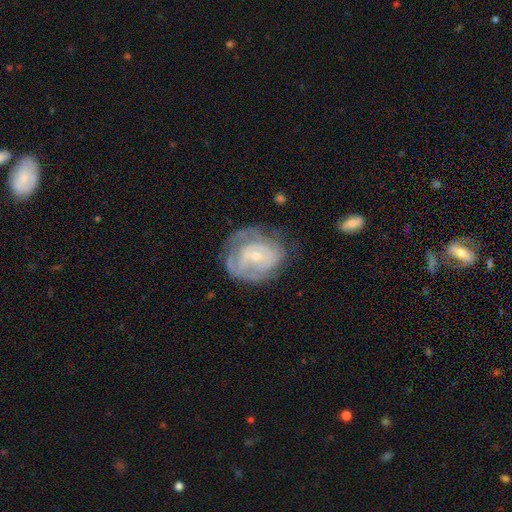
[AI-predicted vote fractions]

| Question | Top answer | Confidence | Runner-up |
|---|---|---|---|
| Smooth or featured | featured or disk | 74% | smooth (19%) |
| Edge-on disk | no | 97% | yes (3%) |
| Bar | no | 68% | weak (26%) |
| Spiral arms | yes | 77% | no (23%) |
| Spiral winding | tight | 65% | medium (25%) |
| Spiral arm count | can't tell | 50% | 2 (24%) |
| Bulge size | small | 70% | moderate (26%) |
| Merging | none | 57% | minor disturbance (24%) |